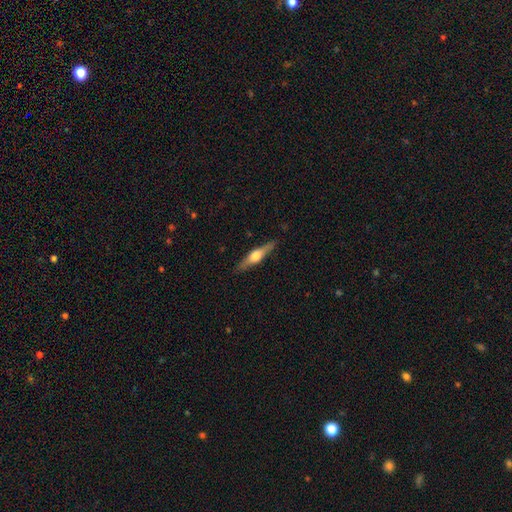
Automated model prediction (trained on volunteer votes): smooth_or_featured: featured or disk (p=0.63) [alt: smooth p=0.31]
disk_edge_on: yes (p=0.96) [alt: no p=0.04]
edge_on_bulge: rounded (p=0.93) [alt: boxy p=0.05]
merging: none (p=0.89) [alt: minor disturbance p=0.08]